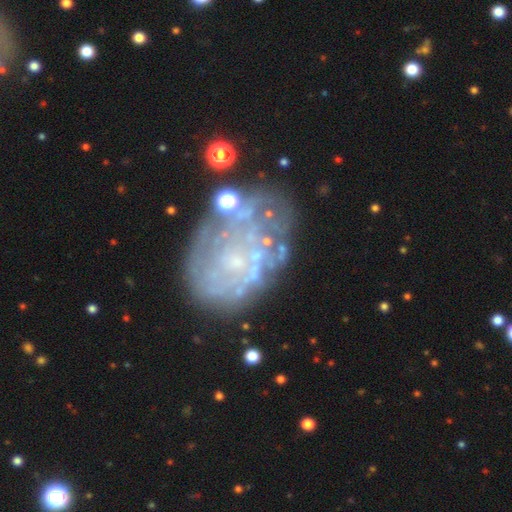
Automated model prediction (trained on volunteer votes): smooth-or-featured: featured or disk: 64% | star or artifact: 19% | smooth: 17%
  disk-edge-on: no: 96% | yes: 4%
    bar: no: 85% | weak: 11% | strong: 4%
    has-spiral-arms: no: 52% | yes: 48%
    bulge-size: small: 42% | none: 36% | moderate: 17% | large: 3% | dominant: 2%
  merging: none: 49% | minor disturbance: 19% | major disturbance: 18% | merger: 14%